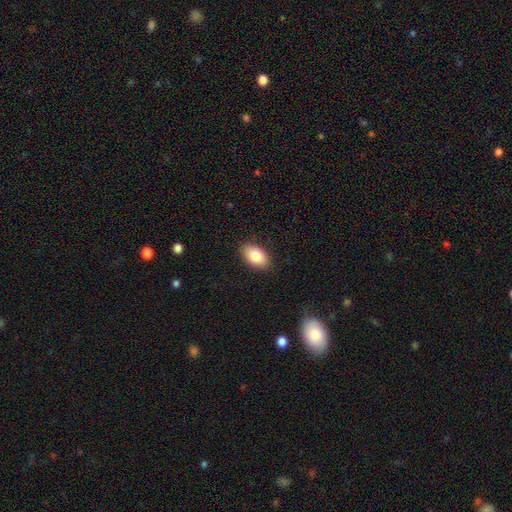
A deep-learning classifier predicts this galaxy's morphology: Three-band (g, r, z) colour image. It shows a smooth galaxy with no disk features (83%) that is in between round and cigar-shaped (92%). Merging: none (87%).